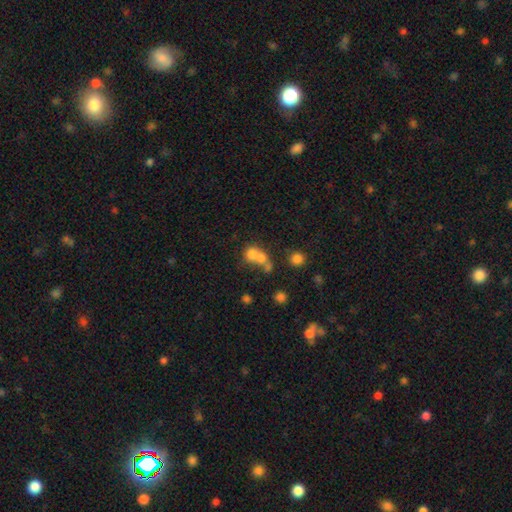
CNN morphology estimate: smooth_or_featured: smooth (p=0.69) [alt: featured or disk p=0.18]
how_rounded: round (p=0.67) [alt: in between p=0.31]
merging: merger (p=0.62) [alt: none p=0.25]